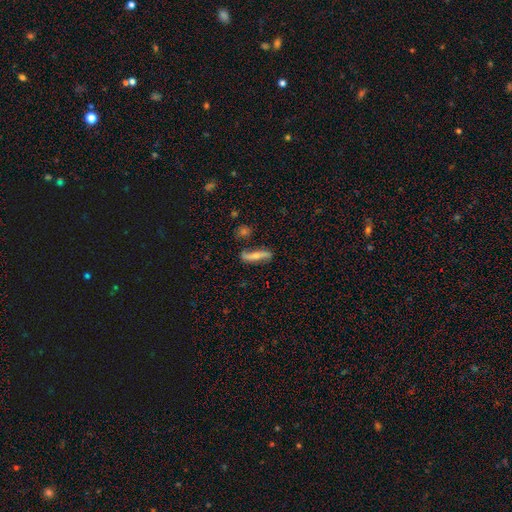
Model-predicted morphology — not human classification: A smooth galaxy with no disk features (50%) that is cigar-shaped (79%).

Vote fractions:
- Smooth or featured? smooth: 50% / featured or disk: 43% / star or artifact: 7%
- How rounded? cigar-shaped: 79% / in between: 18% / round: 3%
- Merging? none: 69% / minor disturbance: 19% / merger: 7% / major disturbance: 6%